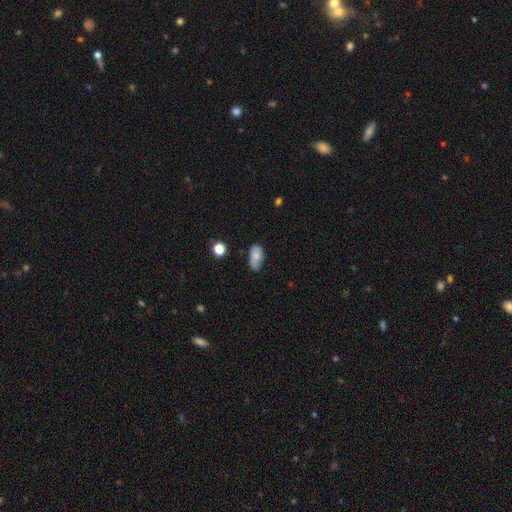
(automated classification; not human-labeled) This appears to be a smooth galaxy with no disk features (71%) that is in between round and cigar-shaped (90%). Merging: none (51%).